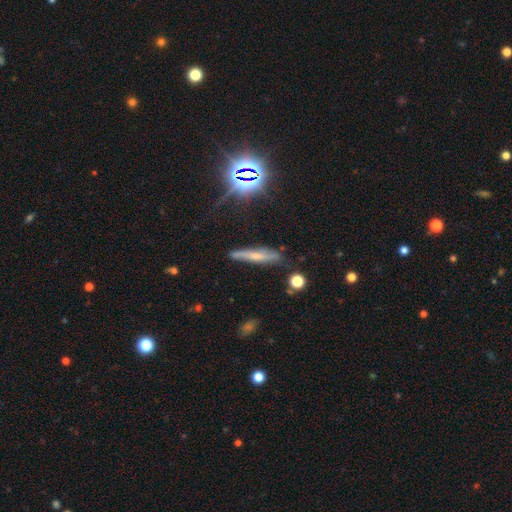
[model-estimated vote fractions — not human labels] Overall: smooth (43%; featured or disk 39%). Merging: none (75%).